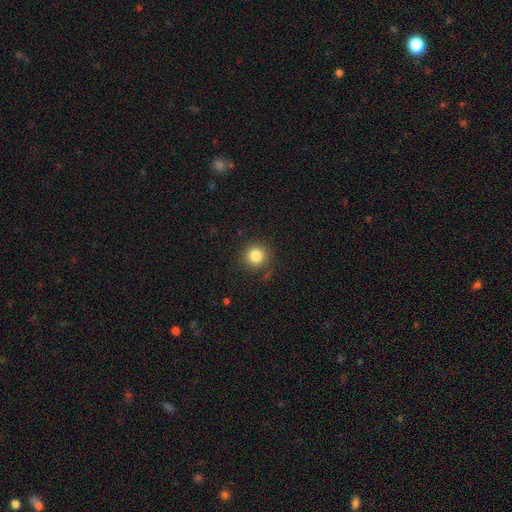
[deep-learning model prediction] smooth 83%, star or artifact 11%, featured or disk 6%. Down the decision tree: how rounded — round (93%); merging — none (83%).